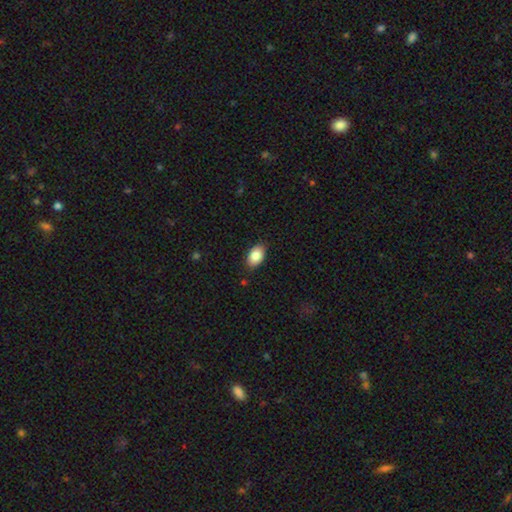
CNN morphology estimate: A smooth galaxy with no disk features (87%) that is in between round and cigar-shaped (92%). Merging: none (86%).